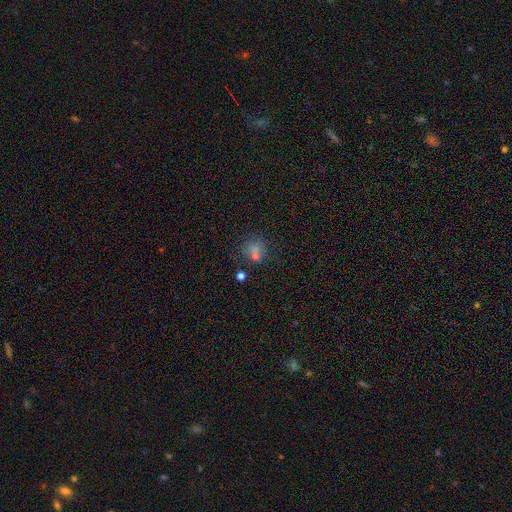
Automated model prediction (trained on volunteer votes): Smooth or featured? Predicted: smooth (p=0.56). How rounded? Predicted: round (p=0.83). Merging? Predicted: none (p=0.65).